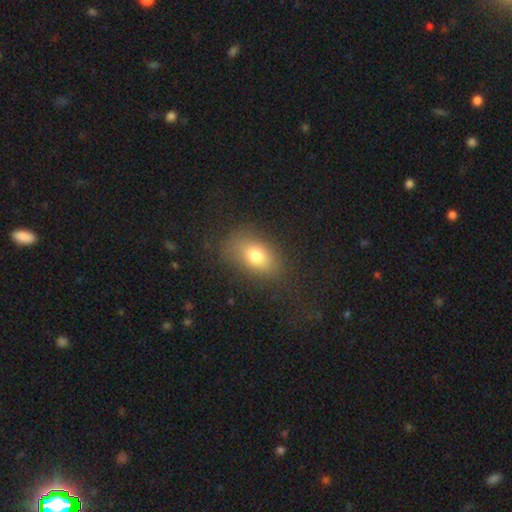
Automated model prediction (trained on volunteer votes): A smooth galaxy with no disk features (75%) that is in between round and cigar-shaped (80%).

Vote fractions:
- Smooth or featured? smooth: 75% / featured or disk: 13% / star or artifact: 12%
- How rounded? in between: 80% / round: 18% / cigar-shaped: 2%
- Merging? none: 74% / minor disturbance: 16% / major disturbance: 9% / merger: 1%